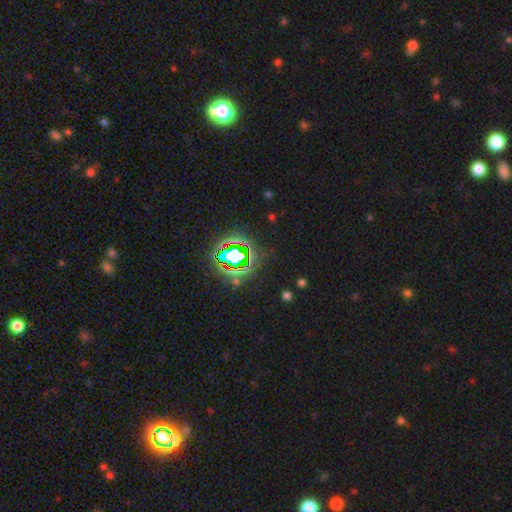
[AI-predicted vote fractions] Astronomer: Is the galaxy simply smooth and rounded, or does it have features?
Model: star or artifact — 78%.